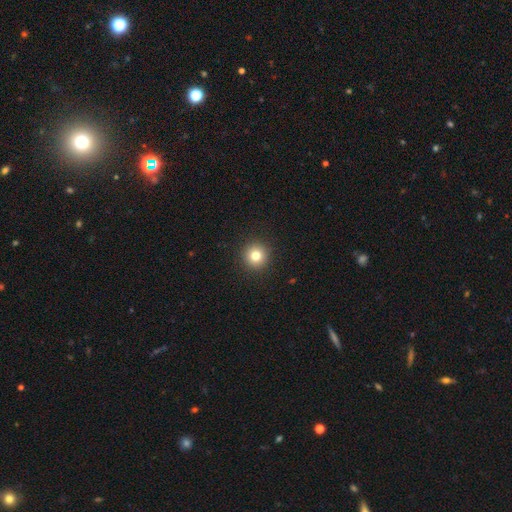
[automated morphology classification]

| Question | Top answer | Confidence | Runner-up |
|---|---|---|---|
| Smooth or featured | smooth | 80% | star or artifact (12%) |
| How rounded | round | 95% | in between (4%) |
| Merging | none | 93% | minor disturbance (4%) |